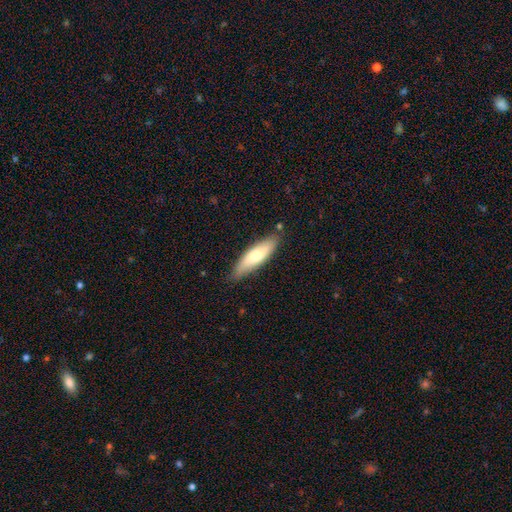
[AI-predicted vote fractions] Smooth or featured? smooth (67%)
How rounded? cigar-shaped (53%)
Merging? none (80%)